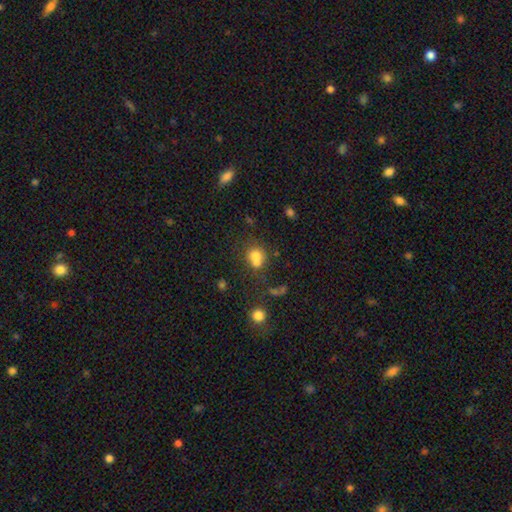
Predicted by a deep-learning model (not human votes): A smooth galaxy with no disk features (72%) that is round (77%). Merging: merger (50%).